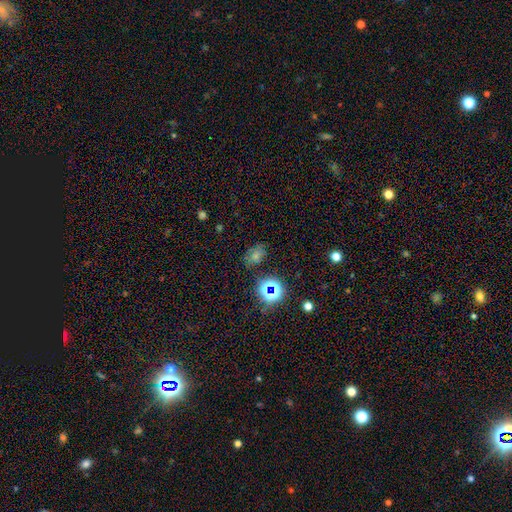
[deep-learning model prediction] A smooth galaxy with no disk features (57%) that is in between round and cigar-shaped (72%). Merging: none (73%).